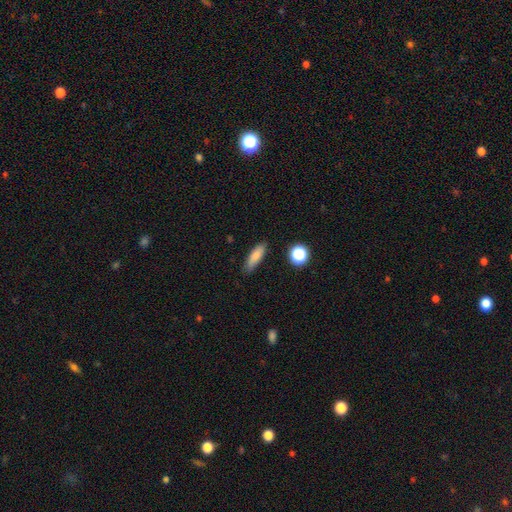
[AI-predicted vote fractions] smooth-or-featured: smooth: 80% | featured or disk: 11% | star or artifact: 9%
  how-rounded: cigar-shaped: 50% | in between: 46% | round: 4%
  merging: none: 84% | minor disturbance: 12% | major disturbance: 3% | merger: 2%